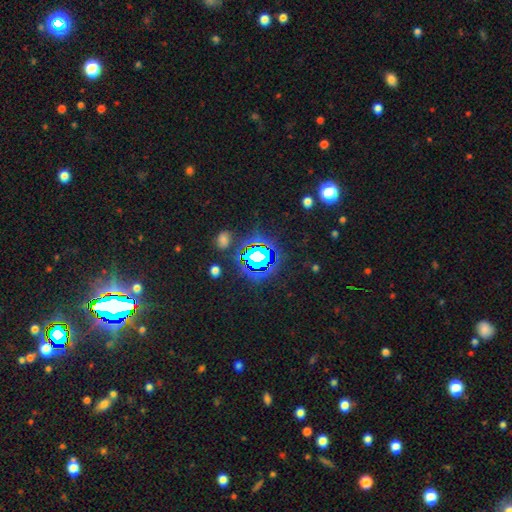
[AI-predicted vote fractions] Smooth or featured?
  - star or artifact: 73% *
  - smooth: 17%
  - featured or disk: 11%